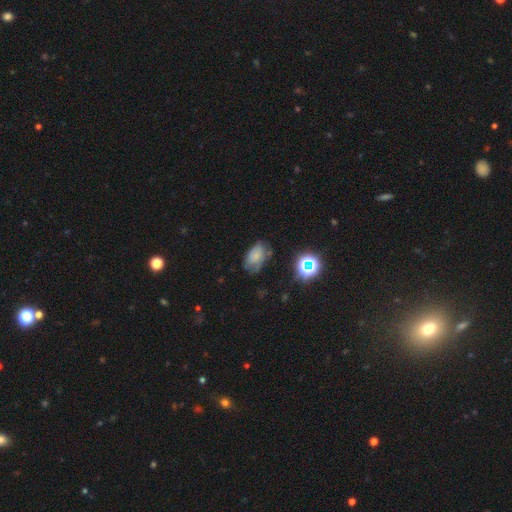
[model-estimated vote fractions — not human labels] Smooth or featured: smooth — 63% (featured or disk — 20%)
How rounded: in between — 88% (round — 11%)
Merging: none — 55% (minor disturbance — 30%)